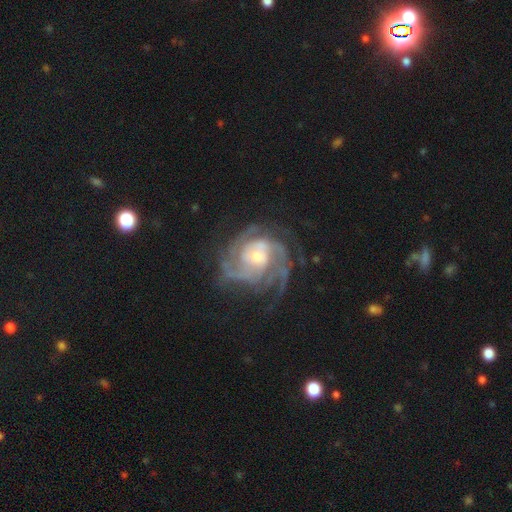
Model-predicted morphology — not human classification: Smooth or featured?
  - featured or disk: 91% *
  - star or artifact: 5%
  - smooth: 4%
Edge-on disk?
  - no: 98% *
  - yes: 2%
Bar?
  - no: 66% *
  - weak: 26%
  - strong: 7%
Spiral arms?
  - yes: 97% *
  - no: 3%
Spiral winding?
  - tight: 59% *
  - medium: 35%
  - loose: 7%
Spiral arm count?
  - 3: 30% *
  - can't tell: 20%
  - 4: 19%
  - 2: 16%
  - more than 4: 8%
  - 1: 7%
Bulge size?
  - moderate: 48% *
  - small: 44%
  - large: 6%
  - none: 2%
  - dominant: 1%
Merging?
  - none: 68% *
  - minor disturbance: 18%
  - major disturbance: 12%
  - merger: 2%